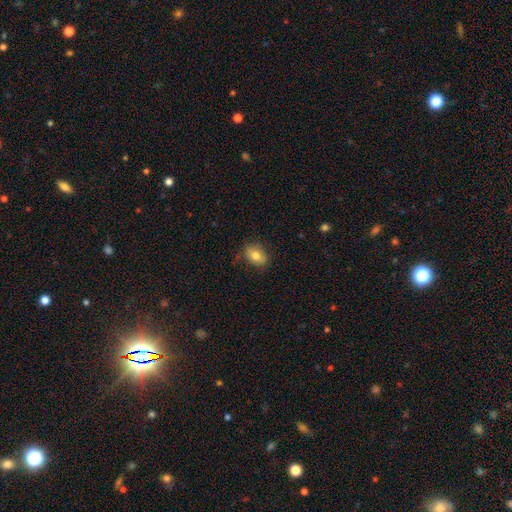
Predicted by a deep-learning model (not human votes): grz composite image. It shows a smooth galaxy with no disk features (78%) that is in between round and cigar-shaped (72%). Merging: none (76%).